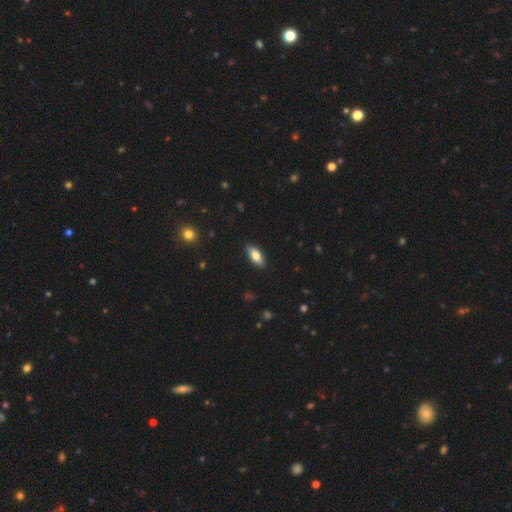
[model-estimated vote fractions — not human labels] Overall: smooth (75%). How rounded: in between (83%). Merging: none (88%).